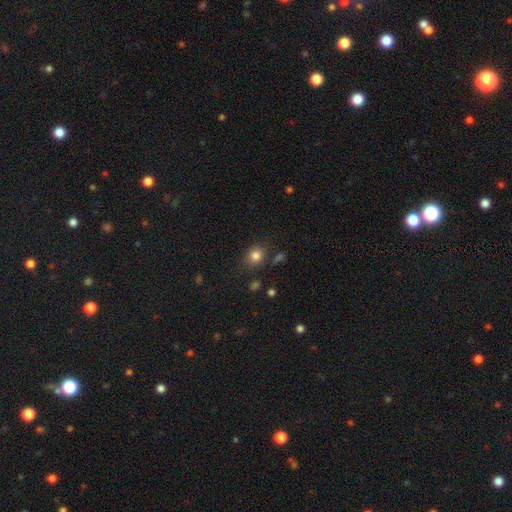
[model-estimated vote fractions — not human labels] Smooth or featured: smooth — 81% (star or artifact — 12%)
How rounded: round — 69% (in between — 30%)
Merging: none — 78% (minor disturbance — 13%)